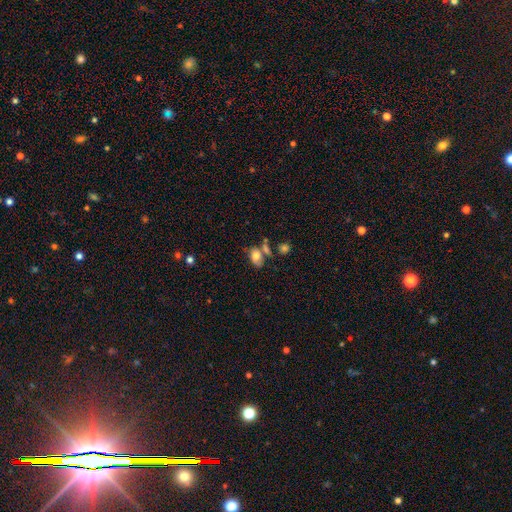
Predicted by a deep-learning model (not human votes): This appears to be a smooth galaxy with no disk features (70%) that is in between round and cigar-shaped (83%). Merging: none (39%).